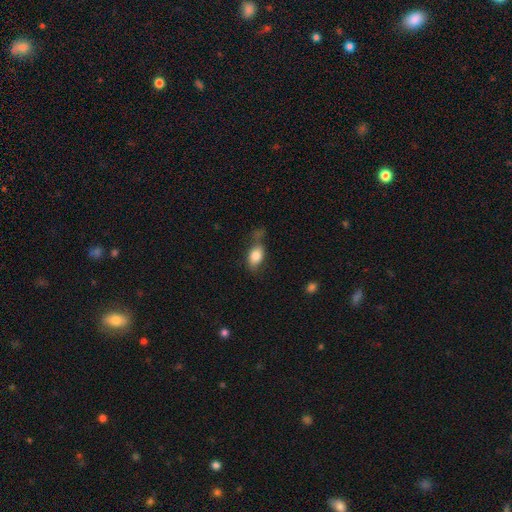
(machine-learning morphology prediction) type=smooth (81%); roundness=in between (85%); merging=none (53%).